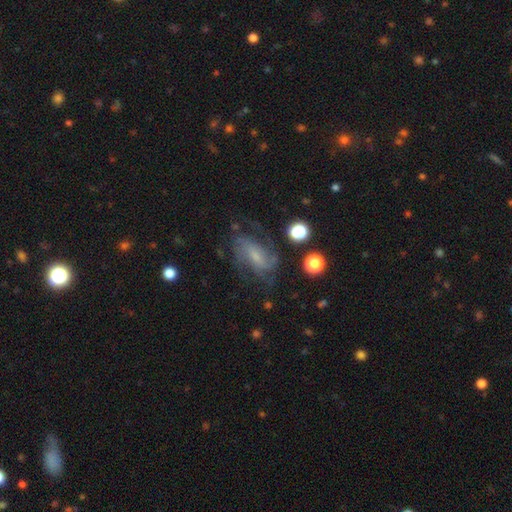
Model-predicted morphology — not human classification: type=featured or disk (70%); edge-on=no (94%); bar=weak (45%); spiral arms=yes (89%); winding=medium (44%); arm count=2 (41%); bulge=small (58%); merging=none (59%).